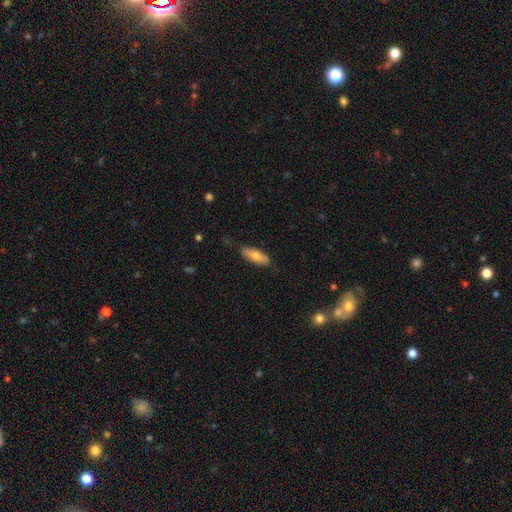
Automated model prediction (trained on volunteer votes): Smooth or featured: smooth — 72% (featured or disk — 22%)
How rounded: in between — 57% (cigar-shaped — 41%)
Merging: none — 79% (minor disturbance — 17%)